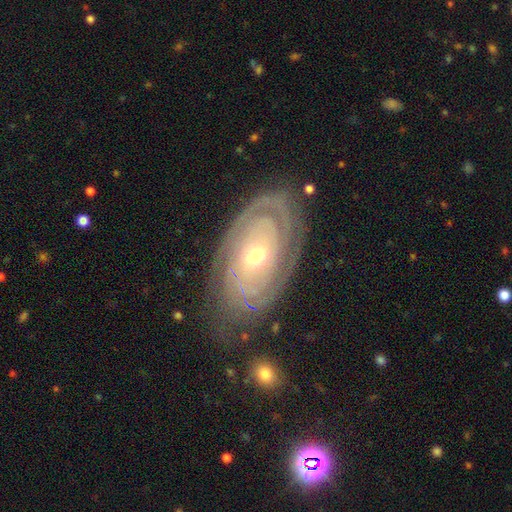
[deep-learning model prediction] A featured or disk galaxy (85%) with no bar (78%), tight (84%) spiral arms (91%) and a moderate central bulge (49%). Merging: none (76%).